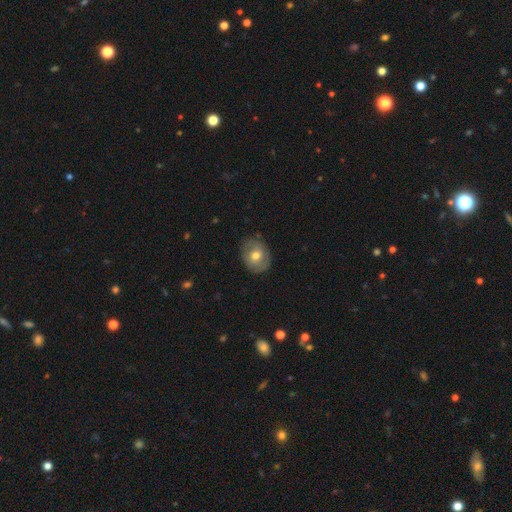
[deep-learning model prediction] This is likely a smooth galaxy (60%). How rounded: possibly round (51%). Merging: likely none (79%).